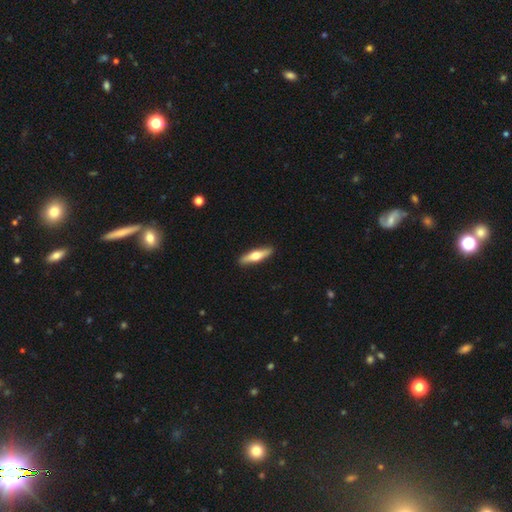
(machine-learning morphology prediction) Overall: smooth (49%; featured or disk 46%). Merging: none (91%).